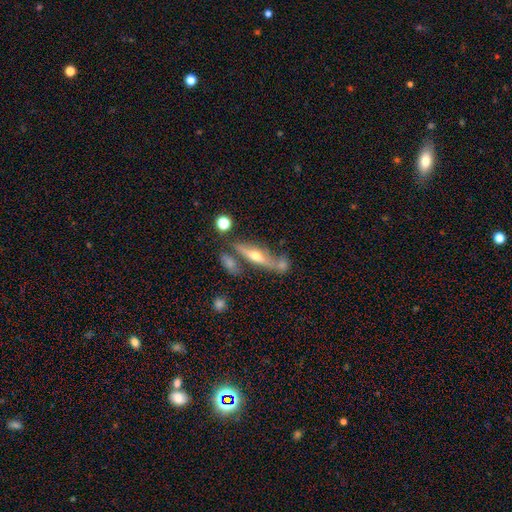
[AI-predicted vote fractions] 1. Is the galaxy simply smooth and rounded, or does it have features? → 59% featured or disk, 33% smooth, 8% star or artifact.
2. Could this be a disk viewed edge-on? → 84% yes, 16% no.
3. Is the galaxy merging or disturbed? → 55% none, 23% merger, 16% minor disturbance, 6% major disturbance.